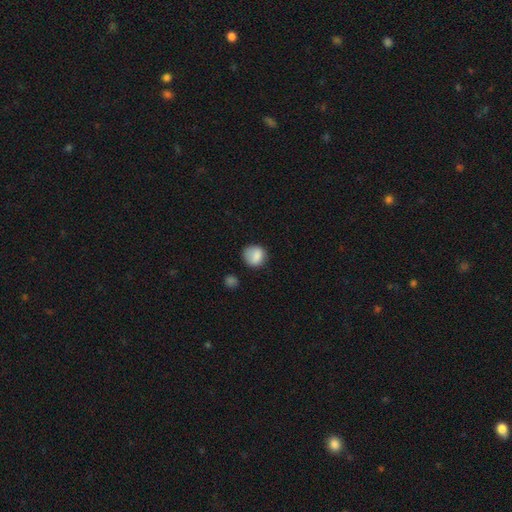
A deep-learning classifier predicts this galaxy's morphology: Q: Smooth or featured?
A: smooth (83%); runner-up: star or artifact (9%)
Q: How rounded?
A: round (78%); runner-up: in between (21%)
Q: Merging?
A: none (69%); runner-up: minor disturbance (22%)